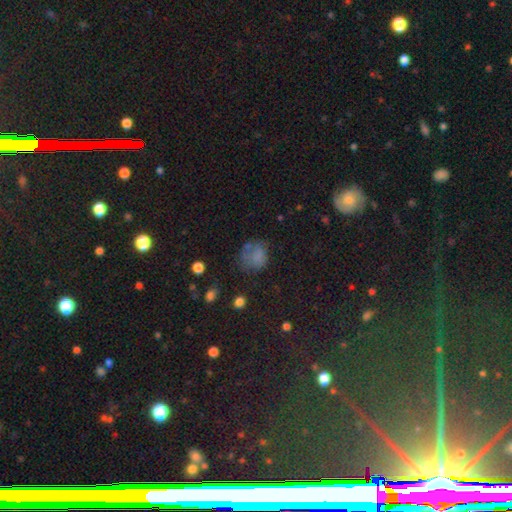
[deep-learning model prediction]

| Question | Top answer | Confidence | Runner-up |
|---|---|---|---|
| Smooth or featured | smooth | 67% | featured or disk (18%) |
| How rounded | round | 64% | in between (35%) |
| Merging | none | 44% | minor disturbance (27%) |